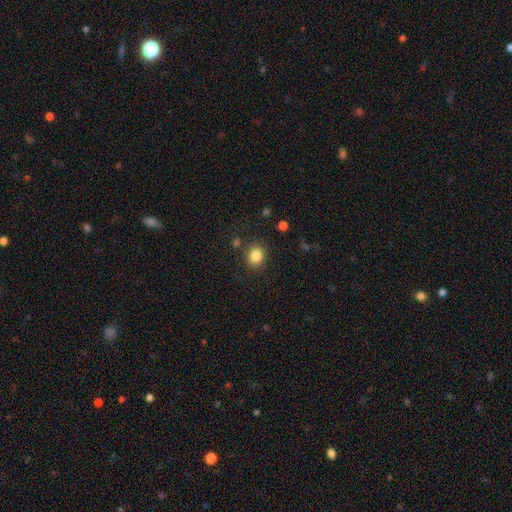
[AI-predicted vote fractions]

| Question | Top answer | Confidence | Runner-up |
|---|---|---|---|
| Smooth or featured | smooth | 84% | star or artifact (10%) |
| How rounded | round | 68% | in between (32%) |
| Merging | none | 84% | minor disturbance (10%) |